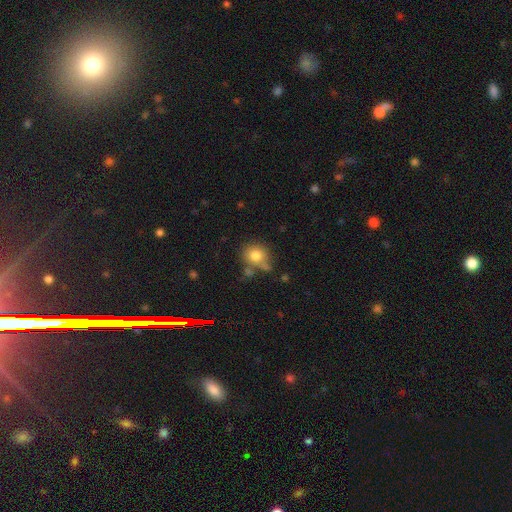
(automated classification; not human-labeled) Smooth or featured: smooth — 79% (star or artifact — 10%)
How rounded: round — 74% (in between — 25%)
Merging: none — 58% (minor disturbance — 21%)